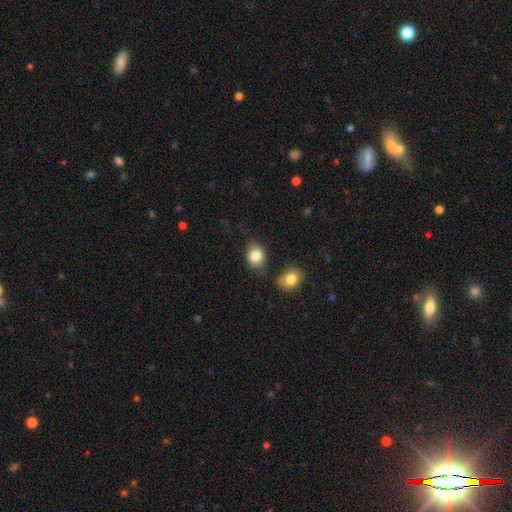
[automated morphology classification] Overall: smooth (84%). How rounded: round (55%; in between 44%). Merging: none (68%).